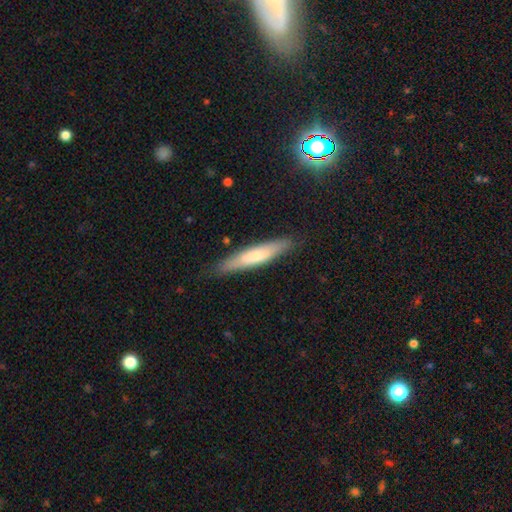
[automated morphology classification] smooth-or-featured: smooth: 62% | featured or disk: 33% | star or artifact: 6%
  how-rounded: cigar-shaped: 86% | in between: 13% | round: 1%
  merging: none: 85% | minor disturbance: 12% | major disturbance: 2% | merger: 1%